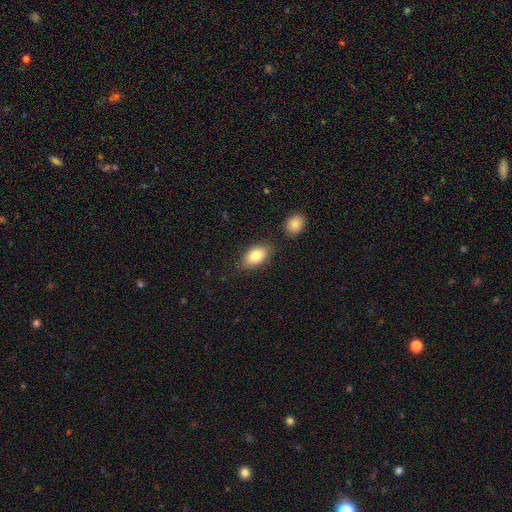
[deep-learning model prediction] A smooth galaxy with no disk features (83%) that is in between round and cigar-shaped (90%).

Vote fractions:
- Smooth or featured? smooth: 83% / featured or disk: 10% / star or artifact: 7%
- How rounded? in between: 90% / round: 8% / cigar-shaped: 2%
- Merging? none: 76% / minor disturbance: 14% / merger: 6% / major disturbance: 3%